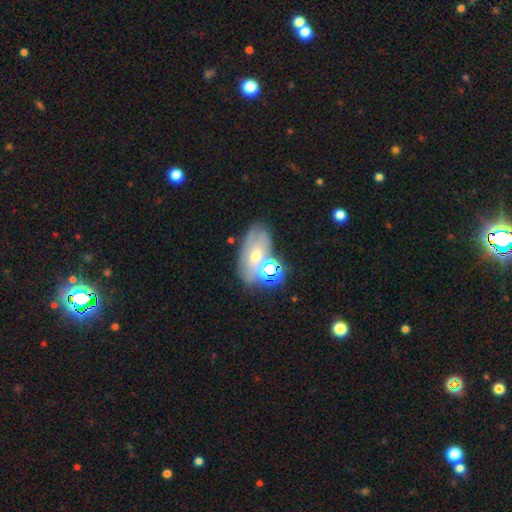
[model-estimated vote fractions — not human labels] smooth-or-featured: featured or disk: 40% | smooth: 37% | star or artifact: 23%
  merging: none: 52% | merger: 21% | minor disturbance: 17% | major disturbance: 10%